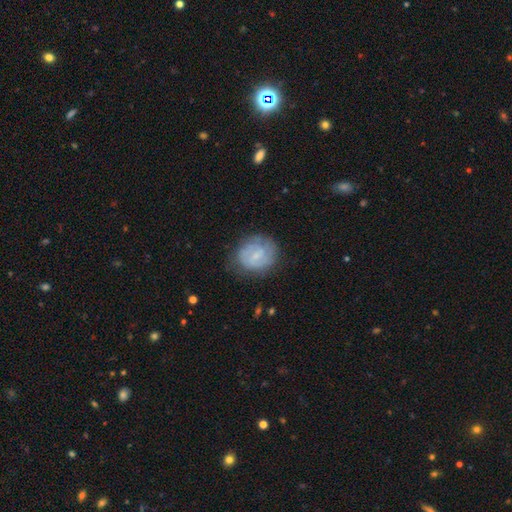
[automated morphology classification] This is possibly a featured or disk galaxy (60%). It is clearly not viewed edge-on (98%). Bar: possibly weak (49%). Spiral arm pattern: likely yes (78%). Central bulge: likely small (67%). Merging: likely none (72%).